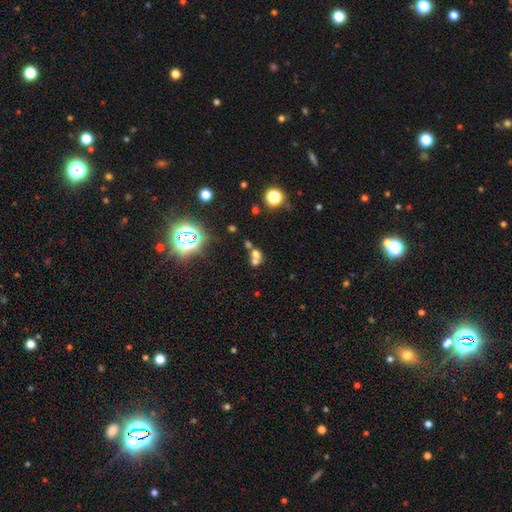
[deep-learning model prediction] Q: Smooth or featured?
A: smooth (57%); runner-up: star or artifact (26%)
Q: How rounded?
A: round (59%); runner-up: in between (39%)
Q: Merging?
A: merger (61%); runner-up: none (28%)